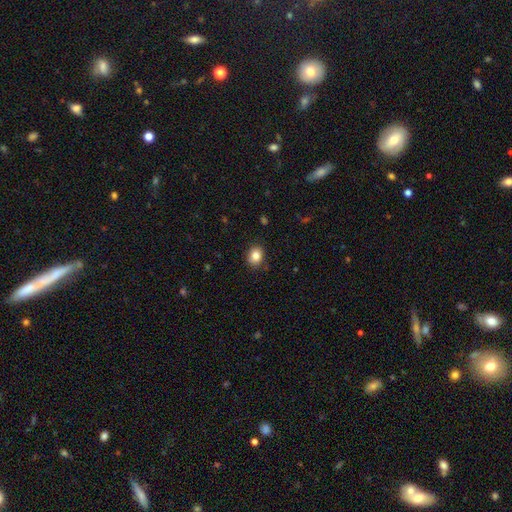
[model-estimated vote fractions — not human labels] Q: Smooth or featured?
A: smooth (84%); runner-up: star or artifact (10%)
Q: How rounded?
A: round (54%); runner-up: in between (45%)
Q: Merging?
A: none (87%); runner-up: minor disturbance (10%)